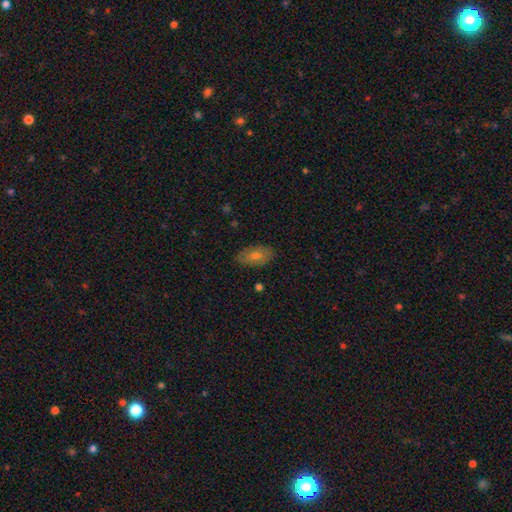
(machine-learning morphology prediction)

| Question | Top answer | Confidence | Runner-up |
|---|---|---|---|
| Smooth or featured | smooth | 61% | featured or disk (28%) |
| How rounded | in between | 90% | round (5%) |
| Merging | none | 84% | minor disturbance (12%) |